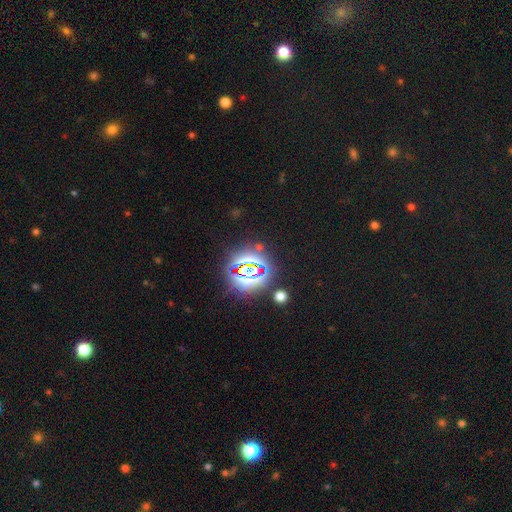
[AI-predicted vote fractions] star or artifact 80%, smooth 12%, featured or disk 8%.